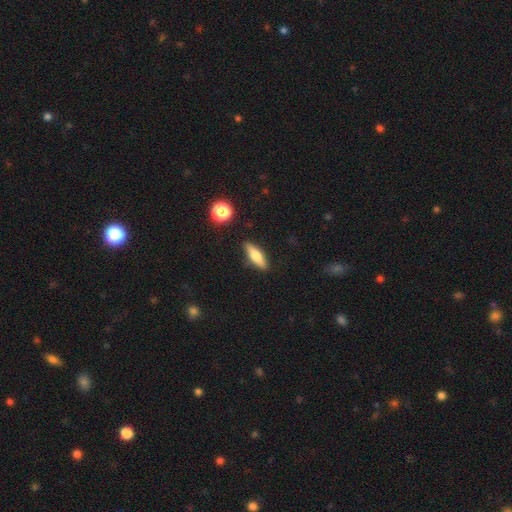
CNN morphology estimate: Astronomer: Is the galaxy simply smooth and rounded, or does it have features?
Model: smooth — 63%.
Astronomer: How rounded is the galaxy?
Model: cigar-shaped — 51% (runner-up: in between, 46%).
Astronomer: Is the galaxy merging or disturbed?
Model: none — 87%.